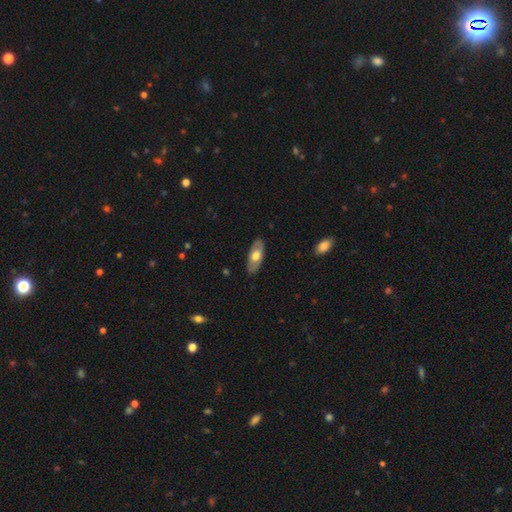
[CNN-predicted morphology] Q: Smooth or featured?
A: smooth (60%); runner-up: featured or disk (35%)
Q: How rounded?
A: in between (84%); runner-up: cigar-shaped (14%)
Q: Merging?
A: none (87%); runner-up: minor disturbance (10%)